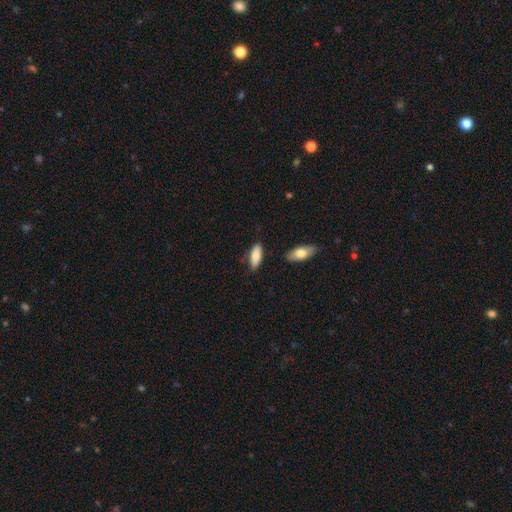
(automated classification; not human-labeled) smooth-or-featured: smooth: 77% | featured or disk: 17% | star or artifact: 6%
  how-rounded: in between: 77% | cigar-shaped: 21% | round: 2%
  merging: none: 80% | minor disturbance: 13% | merger: 4% | major disturbance: 2%